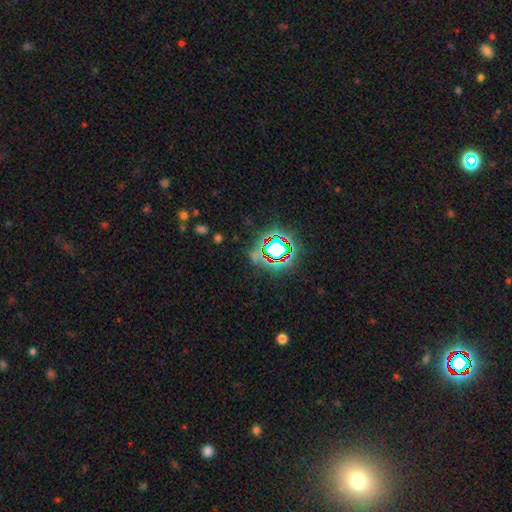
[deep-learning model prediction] Overall: star or artifact (70%).